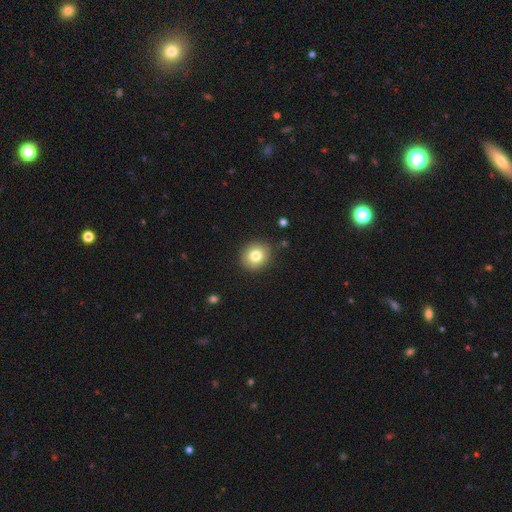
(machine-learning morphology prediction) Smooth or featured?
  - smooth: 79% *
  - star or artifact: 10%
  - featured or disk: 10%
How rounded?
  - round: 85% *
  - in between: 14%
  - cigar-shaped: 1%
Merging?
  - none: 88% *
  - minor disturbance: 8%
  - major disturbance: 2%
  - merger: 1%